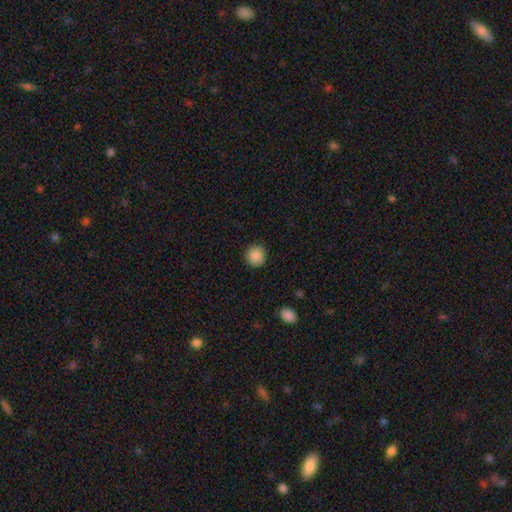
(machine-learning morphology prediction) This is clearly a smooth galaxy (88%). How rounded: clearly round (92%). Merging: clearly none (91%).